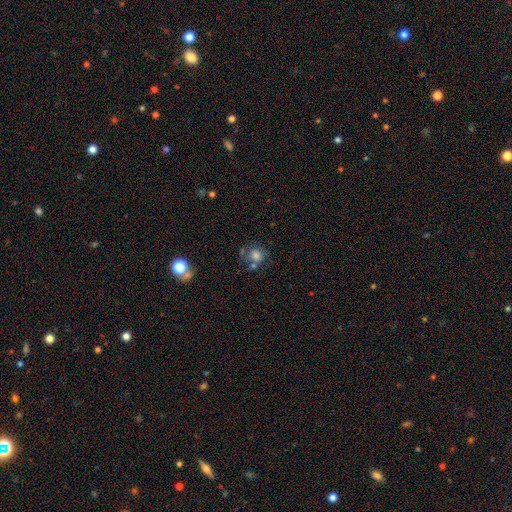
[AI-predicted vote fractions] Smooth or featured? smooth (68%)
How rounded? round (83%)
Merging? none (56%)